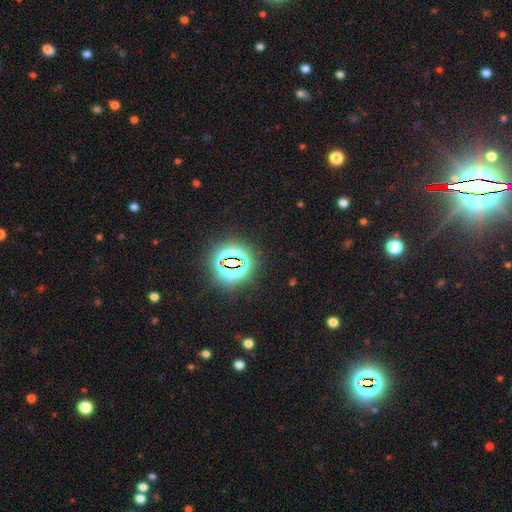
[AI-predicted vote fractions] star or artifact 82%, smooth 10%, featured or disk 8%.